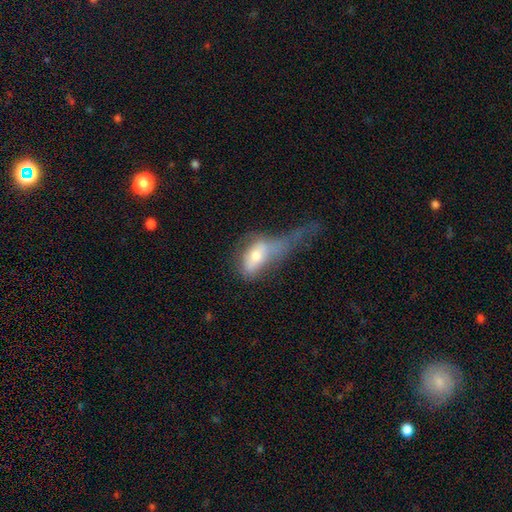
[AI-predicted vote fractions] Overall: smooth (59%; featured or disk 32%). How rounded: in between (79%). Merging: major disturbance (60%).